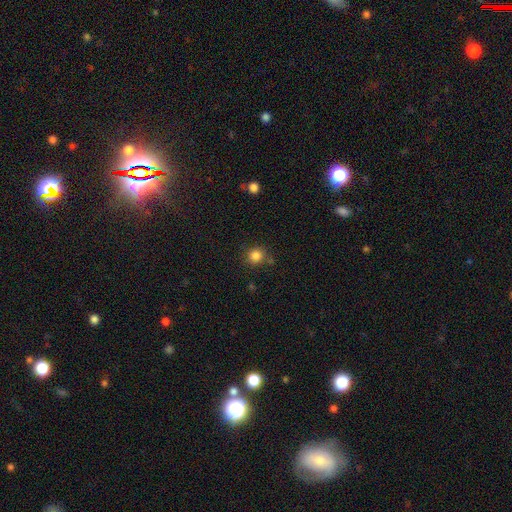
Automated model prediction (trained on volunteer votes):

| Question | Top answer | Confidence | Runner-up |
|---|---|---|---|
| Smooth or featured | smooth | 84% | star or artifact (12%) |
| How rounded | round | 90% | in between (9%) |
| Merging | none | 81% | minor disturbance (11%) |